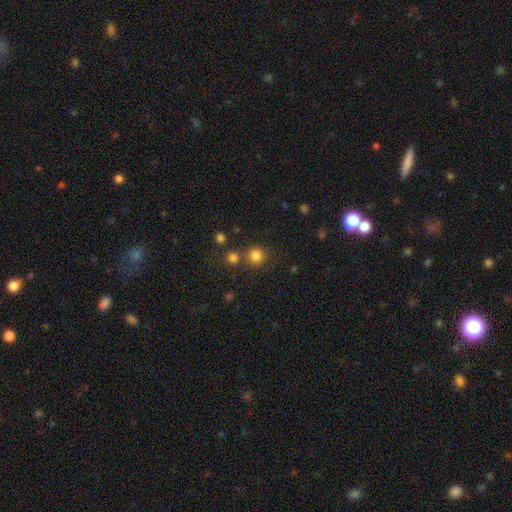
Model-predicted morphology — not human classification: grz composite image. It shows a smooth galaxy with no disk features (81%) that is round (93%). Merging: none (75%).